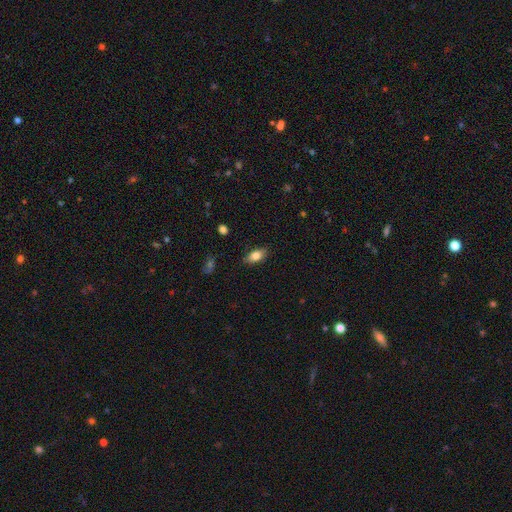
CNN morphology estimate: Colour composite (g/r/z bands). It shows a smooth galaxy with no disk features (79%) that is in between round and cigar-shaped (87%). Merging: none (84%).